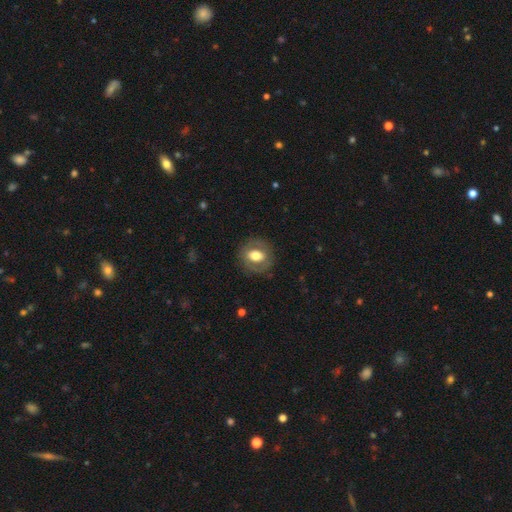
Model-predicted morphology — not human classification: The model was most divided on "smooth or featured": smooth: 54%, featured or disk: 39%, star or artifact: 7%. More confident: merging — none (80%); how rounded — round (59%).